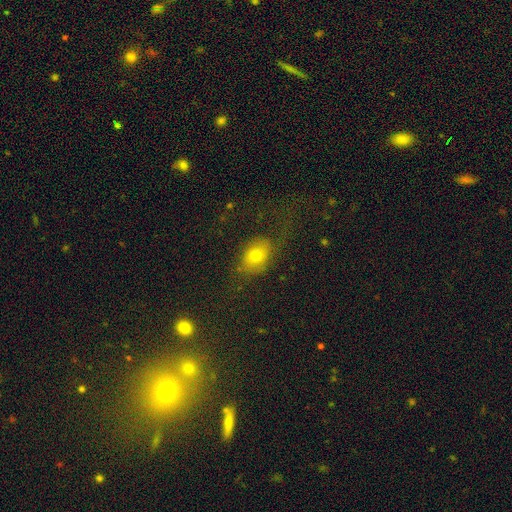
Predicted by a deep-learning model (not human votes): Smooth or featured? smooth (67%)
How rounded? in between (71%)
Merging? none (53%)